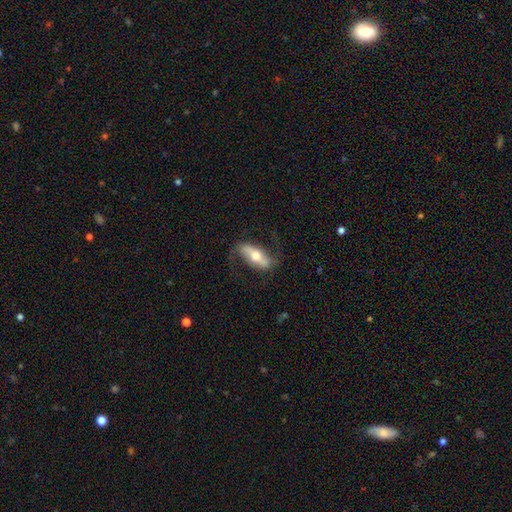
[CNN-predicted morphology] Q: Smooth or featured?
A: featured or disk (66%); runner-up: smooth (29%)
Q: Edge-on disk?
A: no (76%); runner-up: yes (24%)
Q: Merging?
A: none (73%); runner-up: minor disturbance (16%)